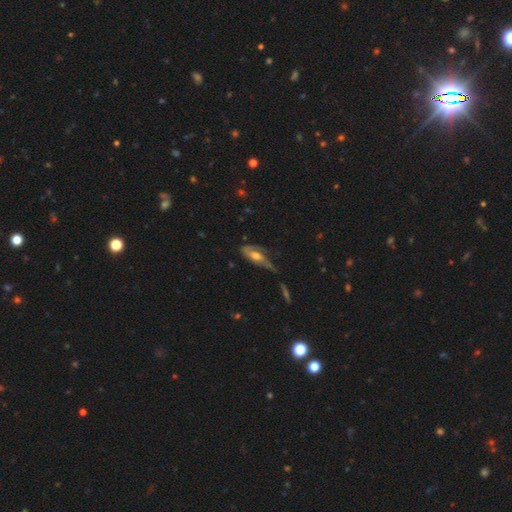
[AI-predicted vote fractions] A featured or disk galaxy (52%). Merging: minor disturbance (33%).